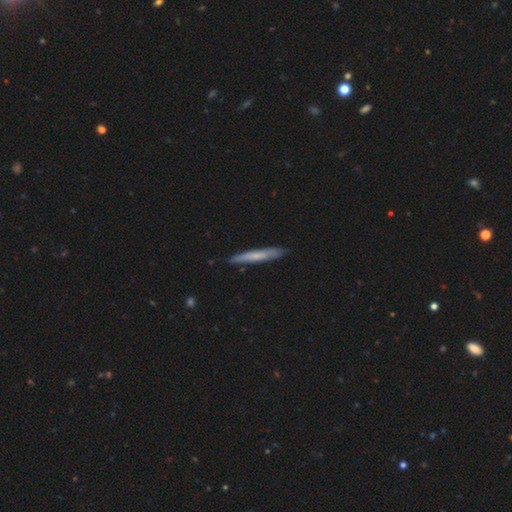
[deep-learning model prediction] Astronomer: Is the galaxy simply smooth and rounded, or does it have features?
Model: smooth — 58% (runner-up: featured or disk, 36%).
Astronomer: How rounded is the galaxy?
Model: cigar-shaped — 95%.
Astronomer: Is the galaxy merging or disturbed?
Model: none — 88%.